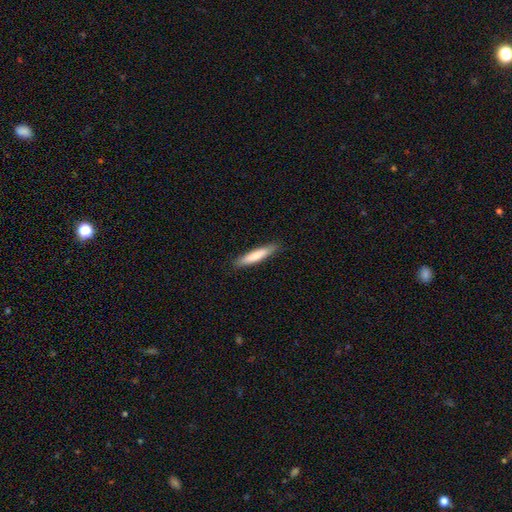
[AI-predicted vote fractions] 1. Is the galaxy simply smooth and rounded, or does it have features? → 77% smooth, 18% featured or disk, 5% star or artifact.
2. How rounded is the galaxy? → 88% cigar-shaped, 11% in between, 1% round.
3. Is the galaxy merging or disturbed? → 88% none, 9% minor disturbance, 2% major disturbance, 1% merger.